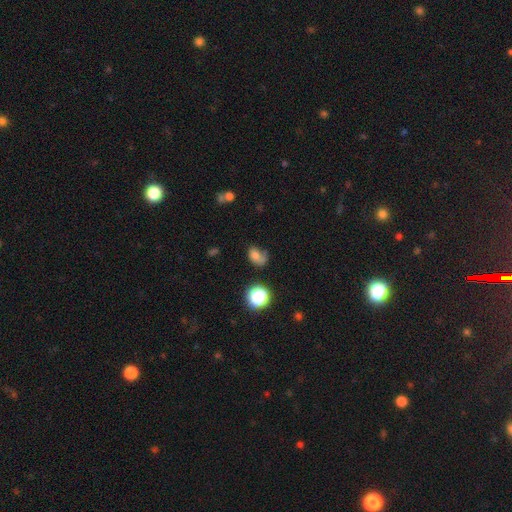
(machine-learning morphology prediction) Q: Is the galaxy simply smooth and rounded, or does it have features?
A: smooth — 61%.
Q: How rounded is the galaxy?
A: in between — 68%.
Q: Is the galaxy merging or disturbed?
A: none — 38%.